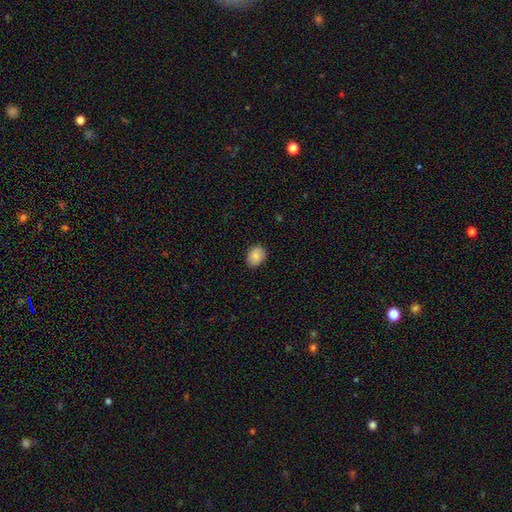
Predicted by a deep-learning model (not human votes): Smooth or featured: smooth — 86% (star or artifact — 7%)
How rounded: in between — 57% (round — 42%)
Merging: none — 87% (minor disturbance — 10%)